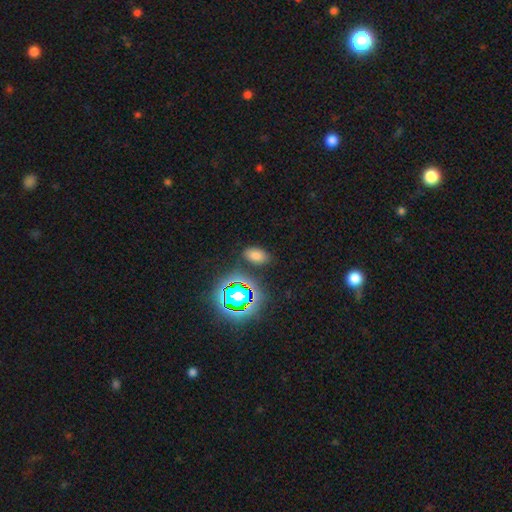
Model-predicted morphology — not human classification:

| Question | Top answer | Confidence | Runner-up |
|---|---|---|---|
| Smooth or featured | smooth | 68% | star or artifact (25%) |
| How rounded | in between | 90% | round (8%) |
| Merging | none | 83% | minor disturbance (10%) |